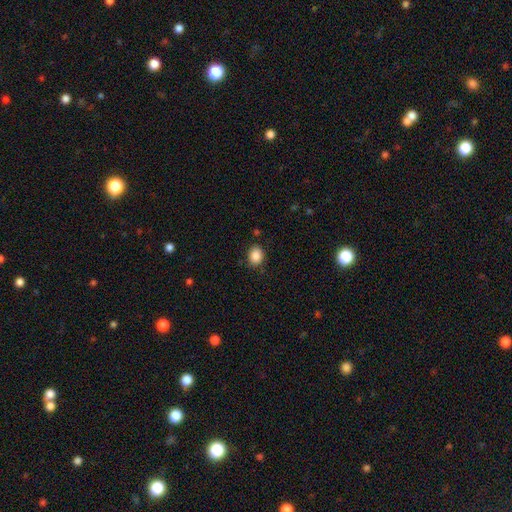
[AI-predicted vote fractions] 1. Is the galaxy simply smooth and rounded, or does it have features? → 88% smooth, 9% star or artifact, 4% featured or disk.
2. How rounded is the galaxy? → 54% in between, 45% round, 1% cigar-shaped.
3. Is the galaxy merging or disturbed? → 86% none, 10% minor disturbance, 3% major disturbance, 2% merger.